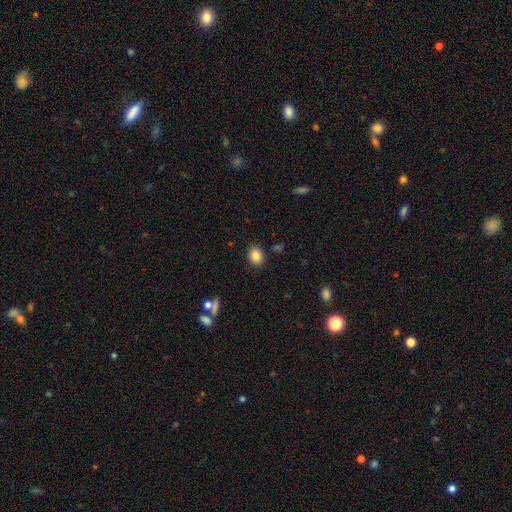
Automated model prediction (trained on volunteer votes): smooth-or-featured: smooth: 85% | star or artifact: 9% | featured or disk: 6%
  how-rounded: in between: 63% | round: 36% | cigar-shaped: 1%
  merging: none: 87% | minor disturbance: 8% | major disturbance: 2% | merger: 2%